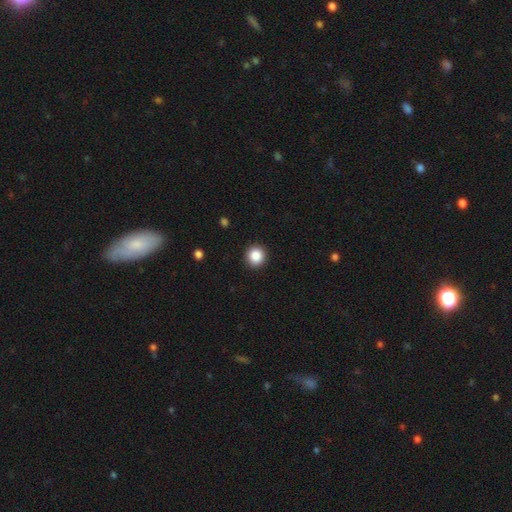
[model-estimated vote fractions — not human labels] Morphology: type=smooth (87%); roundness=round (92%); merging=none (92%).